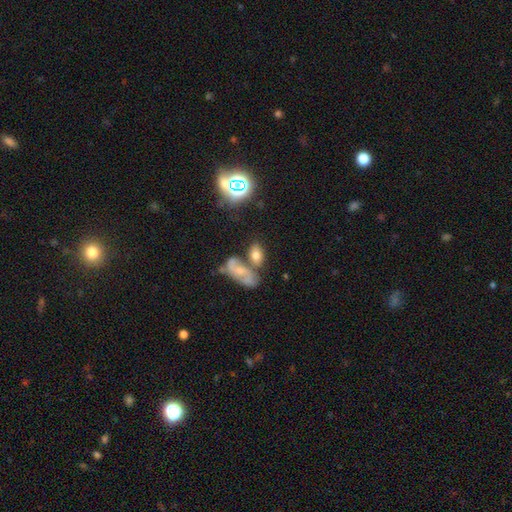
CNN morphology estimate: This appears to be a smooth galaxy with no disk features (58%) that is in between round and cigar-shaped (83%). Merging: none (45%).